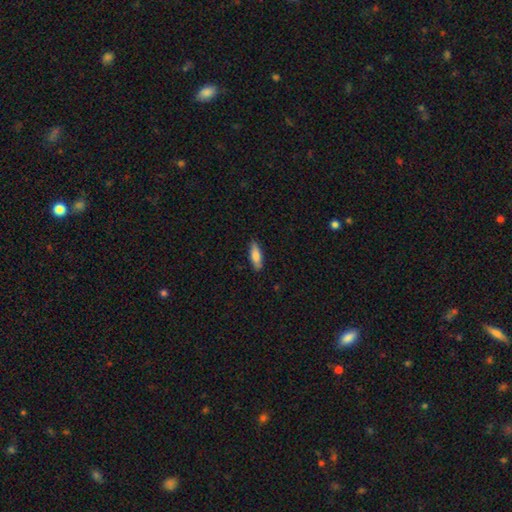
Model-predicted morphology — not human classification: Smooth or featured? smooth (78%)
How rounded? in between (54%)
Merging? none (86%)